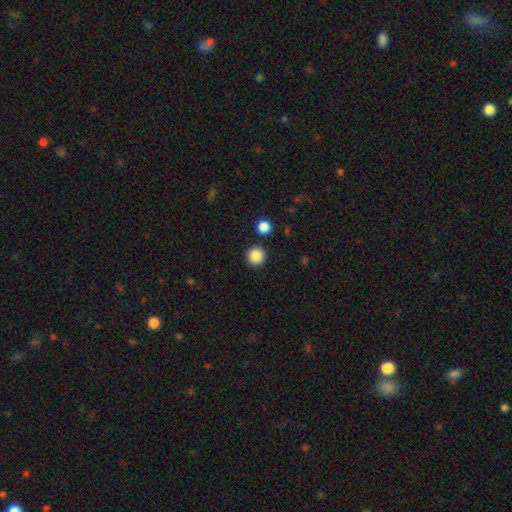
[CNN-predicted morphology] This appears to be a smooth galaxy with no disk features (87%) that is round (95%). Merging: none (90%).